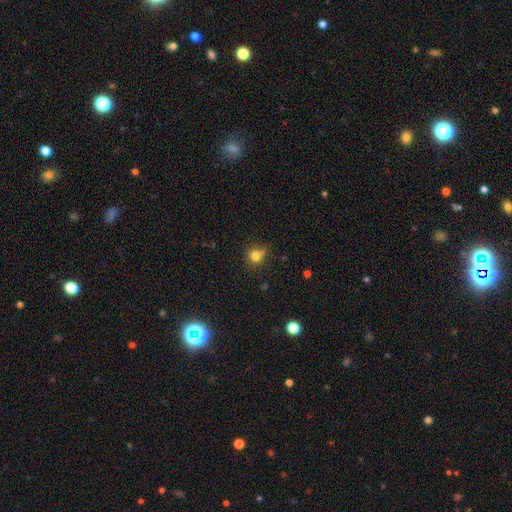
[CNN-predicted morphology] Smooth or featured? Predicted: smooth (p=0.80). How rounded? Predicted: round (p=0.85). Merging? Predicted: none (p=0.66).